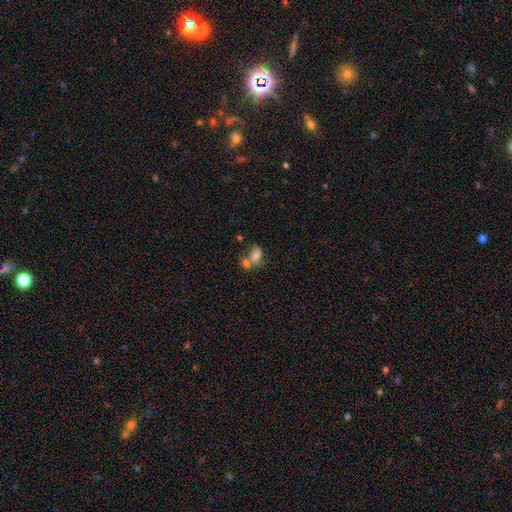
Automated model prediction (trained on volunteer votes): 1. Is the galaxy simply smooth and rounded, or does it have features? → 62% smooth, 27% featured or disk, 11% star or artifact.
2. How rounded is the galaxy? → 62% in between, 36% round, 2% cigar-shaped.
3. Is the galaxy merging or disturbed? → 62% merger, 20% none, 10% minor disturbance, 8% major disturbance.